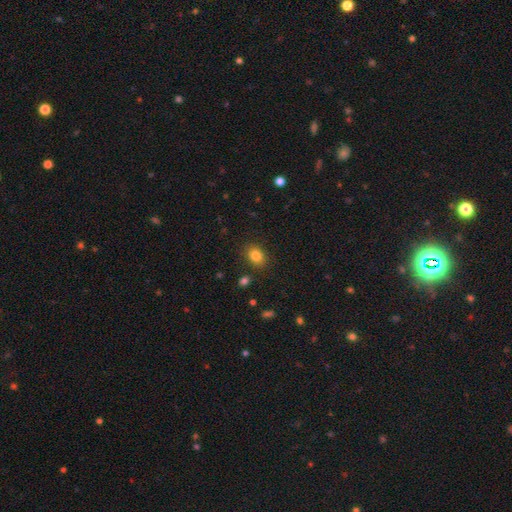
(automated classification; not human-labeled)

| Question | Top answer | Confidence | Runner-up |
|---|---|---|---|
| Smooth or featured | smooth | 84% | star or artifact (11%) |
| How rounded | in between | 62% | round (37%) |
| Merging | none | 85% | minor disturbance (10%) |